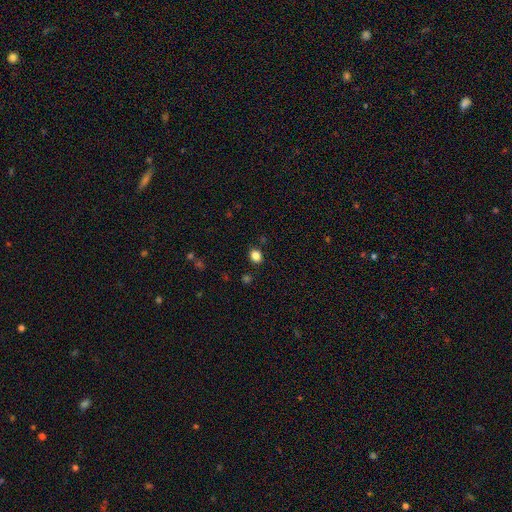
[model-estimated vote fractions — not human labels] smooth-or-featured: smooth: 84% | star or artifact: 12% | featured or disk: 4%
  how-rounded: round: 55% | in between: 44% | cigar-shaped: 1%
  merging: none: 87% | minor disturbance: 9% | major disturbance: 2% | merger: 2%